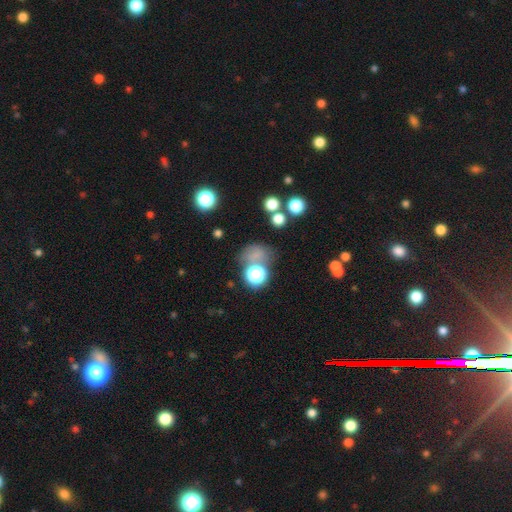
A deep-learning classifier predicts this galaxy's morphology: Q: Smooth or featured?
A: smooth (57%); runner-up: star or artifact (30%)
Q: How rounded?
A: round (57%); runner-up: in between (42%)
Q: Merging?
A: none (49%); runner-up: major disturbance (19%)